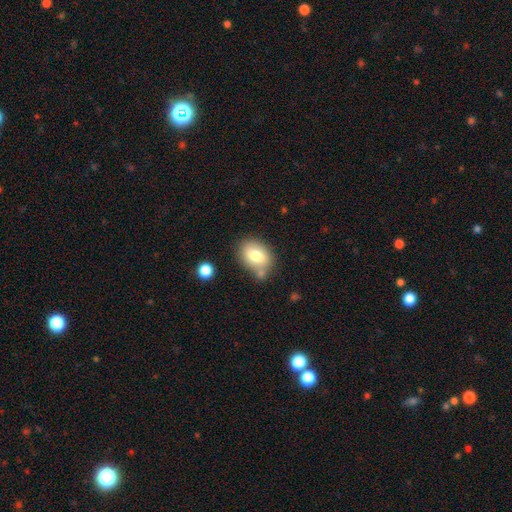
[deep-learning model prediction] smooth-or-featured: smooth: 76% | featured or disk: 16% | star or artifact: 8%
  how-rounded: in between: 74% | round: 24% | cigar-shaped: 1%
  merging: none: 64% | minor disturbance: 18% | merger: 13% | major disturbance: 5%